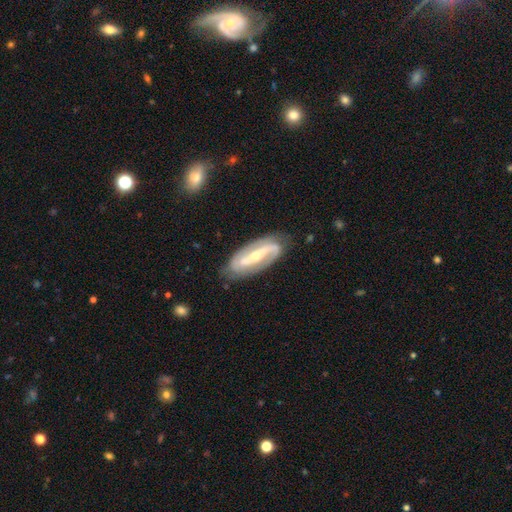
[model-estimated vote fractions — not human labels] Smooth or featured: featured or disk — 88% (smooth — 8%)
Edge-on disk: no — 92% (yes — 8%)
Bar: strong — 67% (weak — 20%)
Spiral arms: yes — 94% (no — 6%)
Spiral winding: medium — 40% (loose — 36%)
Spiral arm count: 2 — 91% (can't tell — 4%)
Bulge size: small — 55% (moderate — 41%)
Merging: none — 82% (minor disturbance — 13%)